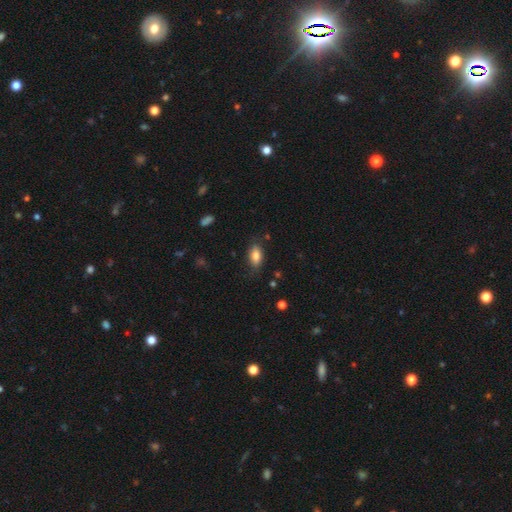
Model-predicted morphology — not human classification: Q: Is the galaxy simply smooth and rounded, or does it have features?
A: smooth — 82%.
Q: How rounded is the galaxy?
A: in between — 90%.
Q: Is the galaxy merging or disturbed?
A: none — 75%.